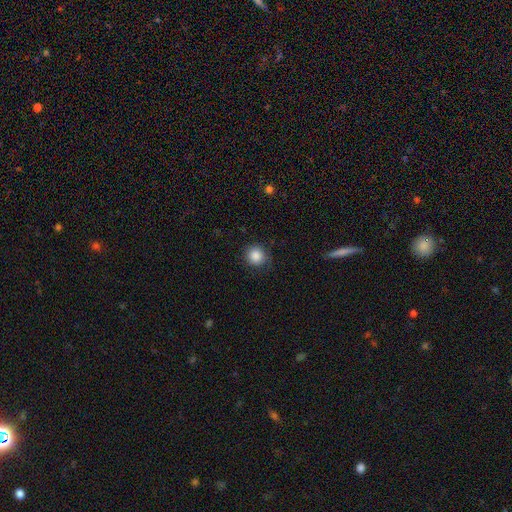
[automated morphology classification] Q: Smooth or featured?
A: smooth (86%); runner-up: star or artifact (10%)
Q: How rounded?
A: round (90%); runner-up: in between (10%)
Q: Merging?
A: none (82%); runner-up: minor disturbance (13%)